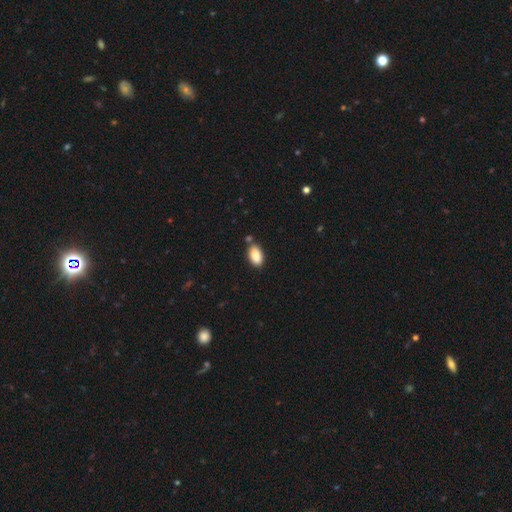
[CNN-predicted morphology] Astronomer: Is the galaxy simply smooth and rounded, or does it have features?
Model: smooth — 88%.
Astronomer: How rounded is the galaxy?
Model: in between — 93%.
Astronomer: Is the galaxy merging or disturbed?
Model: none — 76%.